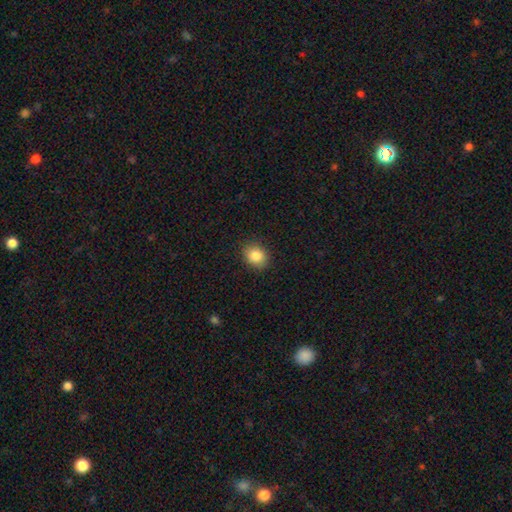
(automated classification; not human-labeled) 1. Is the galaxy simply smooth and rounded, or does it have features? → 85% smooth, 9% star or artifact, 5% featured or disk.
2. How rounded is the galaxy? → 55% round, 44% in between, 1% cigar-shaped.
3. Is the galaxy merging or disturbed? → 88% none, 9% minor disturbance, 2% major disturbance, 1% merger.